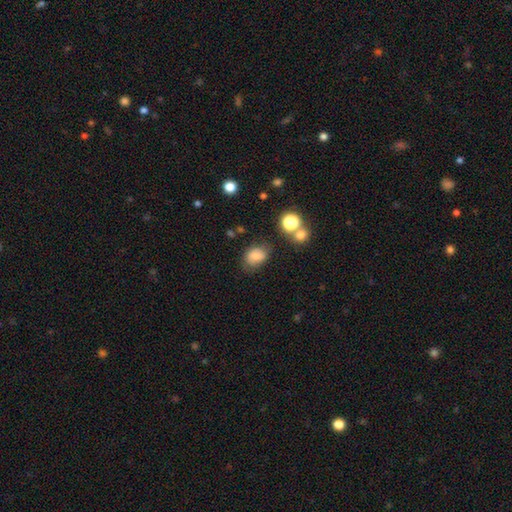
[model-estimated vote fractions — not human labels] The model was most divided on "how rounded": in between: 64%, round: 34%, cigar-shaped: 1%. More confident: smooth or featured — smooth (70%); merging — none (64%).